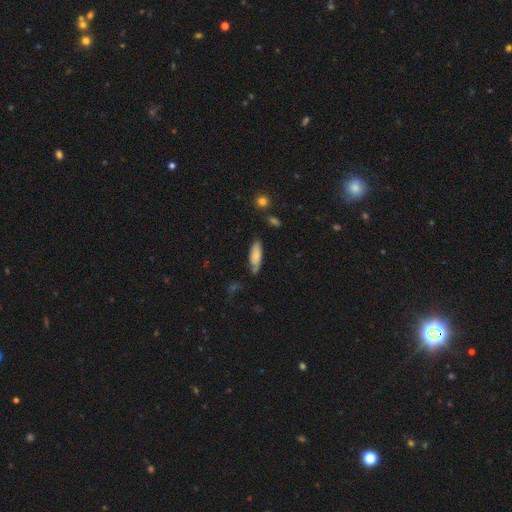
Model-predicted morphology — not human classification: smooth_or_featured: smooth (p=0.77) [alt: featured or disk p=0.16]
how_rounded: in between (p=0.62) [alt: cigar-shaped p=0.37]
merging: none (p=0.62) [alt: minor disturbance p=0.26]